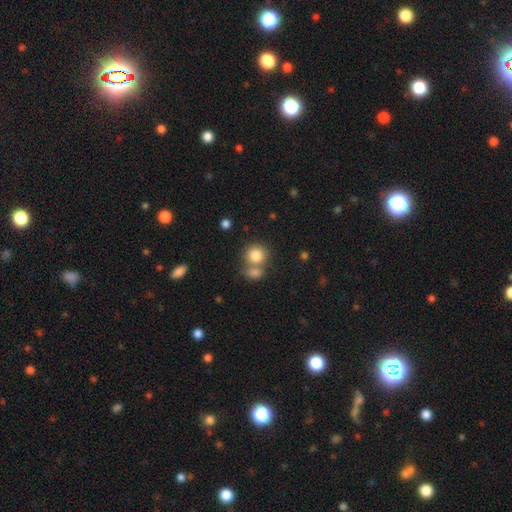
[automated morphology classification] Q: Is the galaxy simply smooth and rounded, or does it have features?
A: smooth — 82%.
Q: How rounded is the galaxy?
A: round — 85%.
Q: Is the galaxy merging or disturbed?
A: none — 49%.